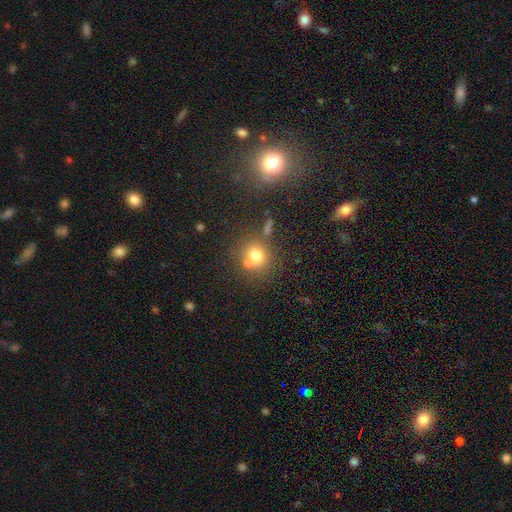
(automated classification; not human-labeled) smooth-or-featured: smooth: 72% | star or artifact: 14% | featured or disk: 14%
  how-rounded: round: 76% | in between: 23% | cigar-shaped: 1%
  merging: none: 57% | merger: 28% | minor disturbance: 11% | major disturbance: 5%